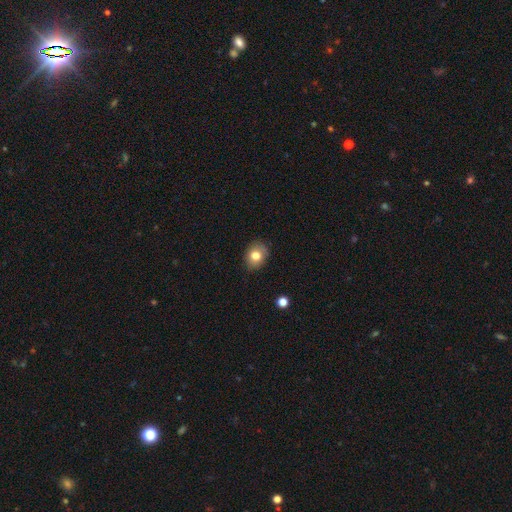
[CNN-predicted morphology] This appears to be a smooth galaxy with no disk features (79%) that is in between round and cigar-shaped (52%). Merging: none (83%).